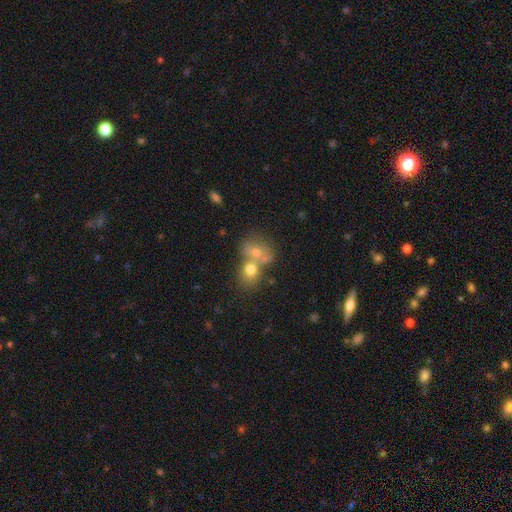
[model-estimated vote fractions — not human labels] A smooth galaxy with no disk features (58%) that is round (51%). Merging: merger (56%).